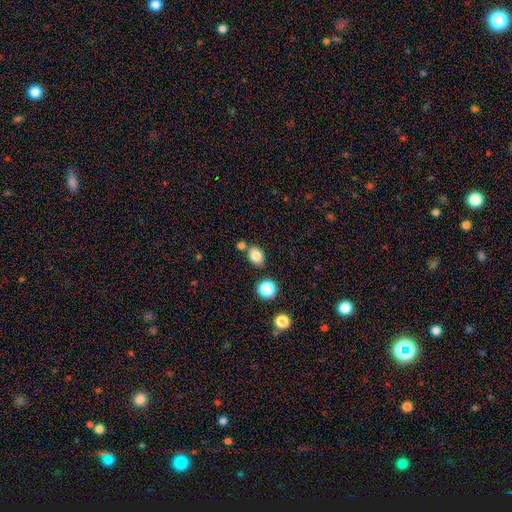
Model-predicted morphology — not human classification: A smooth galaxy with no disk features (83%) that is in between round and cigar-shaped (57%).

Vote fractions:
- Smooth or featured? smooth: 83% / star or artifact: 11% / featured or disk: 6%
- How rounded? in between: 57% / round: 42% / cigar-shaped: 1%
- Merging? none: 74% / minor disturbance: 12% / merger: 11% / major disturbance: 3%